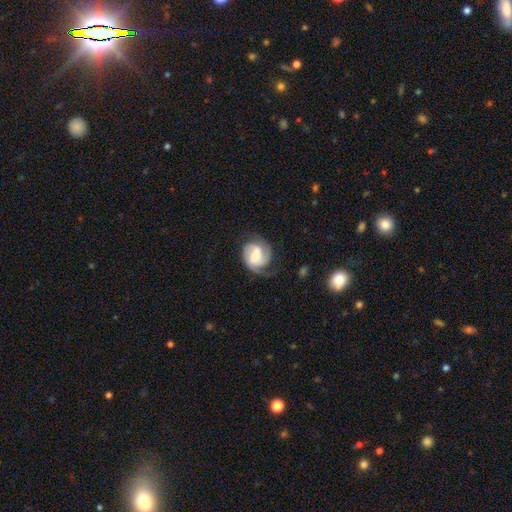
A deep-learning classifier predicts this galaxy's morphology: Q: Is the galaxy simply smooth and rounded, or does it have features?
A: featured or disk — 68%.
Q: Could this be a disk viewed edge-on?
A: no — 98%.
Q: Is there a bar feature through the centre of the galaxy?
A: no — 42%.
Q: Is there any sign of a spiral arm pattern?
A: yes — 94%.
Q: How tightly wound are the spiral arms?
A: medium — 42%.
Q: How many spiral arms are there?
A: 2 — 53%.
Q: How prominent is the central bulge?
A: large — 27%.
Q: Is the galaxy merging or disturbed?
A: none — 53%.